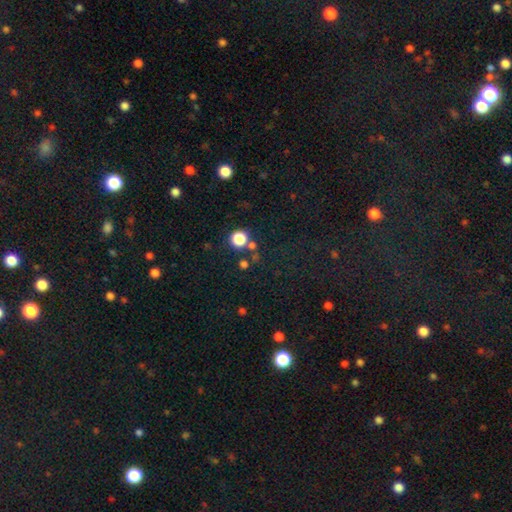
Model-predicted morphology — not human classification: Smooth or featured: star or artifact — 67% (smooth — 24%)